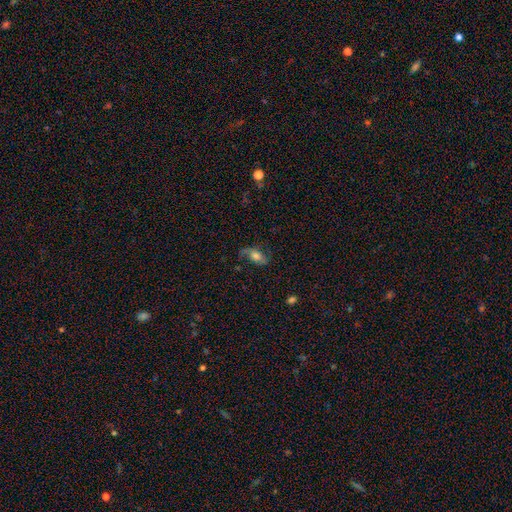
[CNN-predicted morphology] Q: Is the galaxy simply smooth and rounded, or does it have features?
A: featured or disk — 49%.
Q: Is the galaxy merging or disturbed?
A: none — 63%.